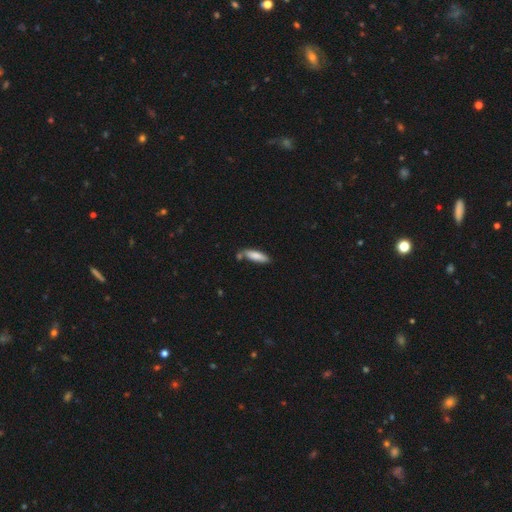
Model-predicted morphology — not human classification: type=smooth (82%); roundness=cigar-shaped (56%); merging=none (65%).